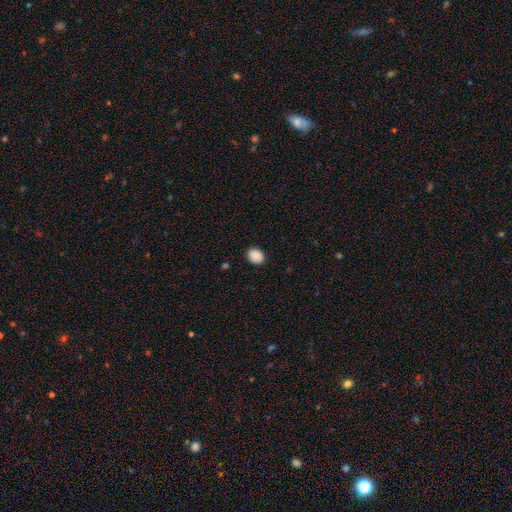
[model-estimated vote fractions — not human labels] Smooth or featured: smooth — 89% (star or artifact — 8%)
How rounded: round — 55% (in between — 44%)
Merging: none — 88% (minor disturbance — 9%)